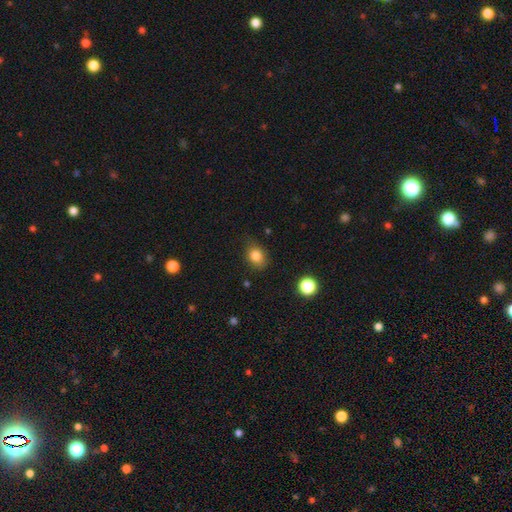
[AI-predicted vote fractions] This appears to be a smooth galaxy with no disk features (82%) that is in between round and cigar-shaped (54%). Merging: none (73%).